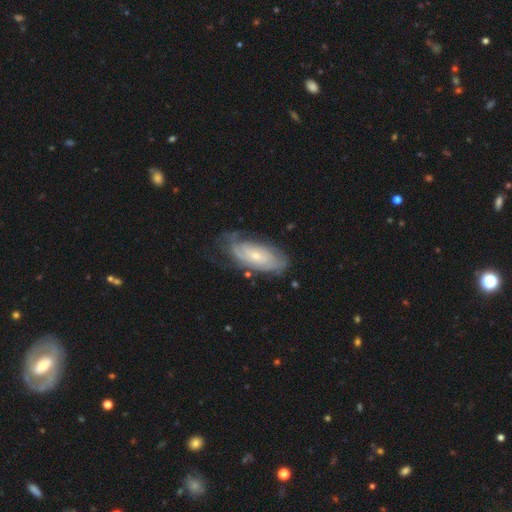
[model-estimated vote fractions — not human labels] featured or disk 70%, smooth 23%, star or artifact 6%. Down the decision tree: edge-on disk — no (90%); bar — no (74%); spiral arms — yes (84%); spiral arm count — can't tell (57%); spiral winding — tight (66%); bulge size — small (68%); merging — none (63%).